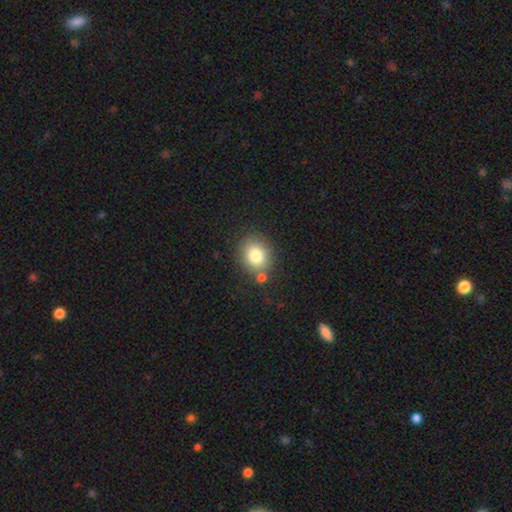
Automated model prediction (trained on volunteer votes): Smooth or featured?
  - smooth: 81% *
  - star or artifact: 10%
  - featured or disk: 9%
How rounded?
  - round: 58% *
  - in between: 42%
  - cigar-shaped: 1%
Merging?
  - none: 75% *
  - minor disturbance: 11%
  - merger: 10%
  - major disturbance: 4%